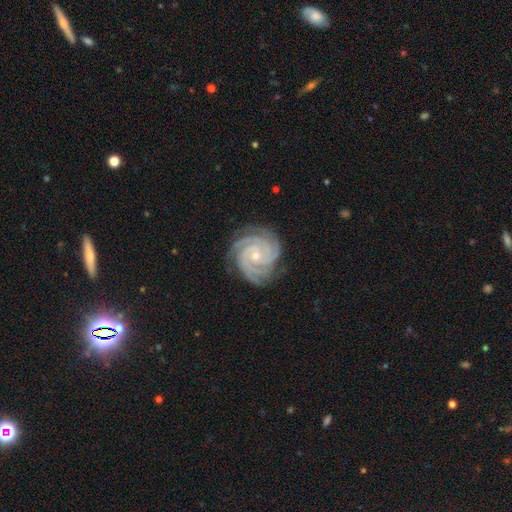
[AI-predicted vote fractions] Overall: featured or disk (92%). Edge-on disk: no (98%). Bar: no (70%). Spiral arms: yes (99%). Spiral arm count: 4 (36%; 3 30%). Spiral winding: tight (84%). Bulge size: small (68%; moderate 29%). Merging: none (82%).